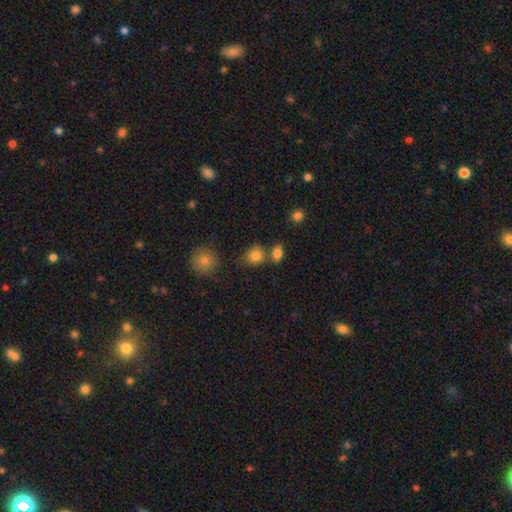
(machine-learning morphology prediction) Q: Smooth or featured?
A: smooth (83%); runner-up: star or artifact (11%)
Q: How rounded?
A: round (62%); runner-up: in between (37%)
Q: Merging?
A: none (60%); runner-up: merger (24%)